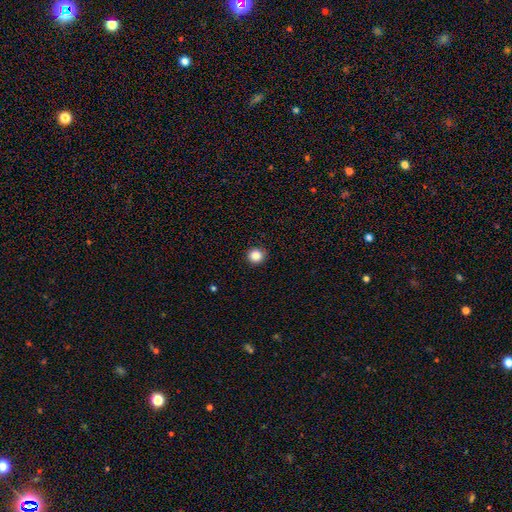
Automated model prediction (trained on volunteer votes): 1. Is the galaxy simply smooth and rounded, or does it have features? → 87% smooth, 10% star or artifact, 3% featured or disk.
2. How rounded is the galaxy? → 92% round, 7% in between, 1% cigar-shaped.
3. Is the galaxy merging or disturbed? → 91% none, 6% minor disturbance, 2% major disturbance, 1% merger.